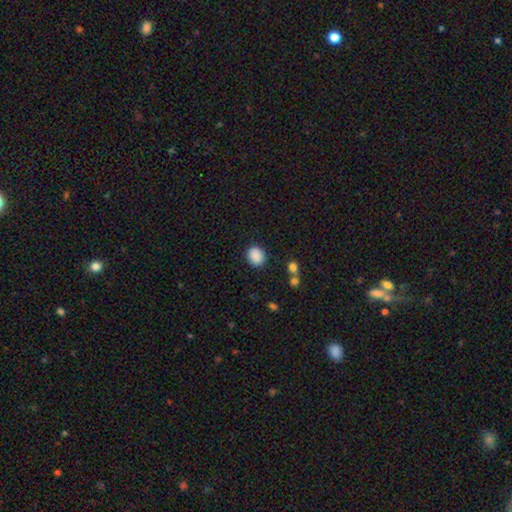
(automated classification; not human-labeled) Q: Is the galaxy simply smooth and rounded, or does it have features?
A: smooth — 89%.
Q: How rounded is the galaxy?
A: round — 57%.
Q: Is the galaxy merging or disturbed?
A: none — 86%.